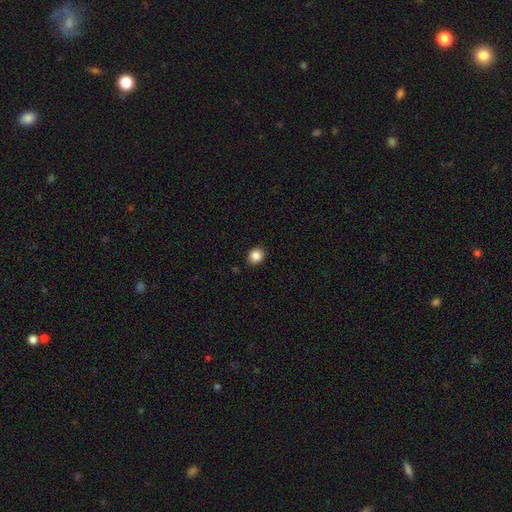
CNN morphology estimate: smooth-or-featured: smooth: 86% | star or artifact: 10% | featured or disk: 4%
  how-rounded: round: 69% | in between: 30% | cigar-shaped: 1%
  merging: none: 89% | minor disturbance: 8% | major disturbance: 2% | merger: 1%